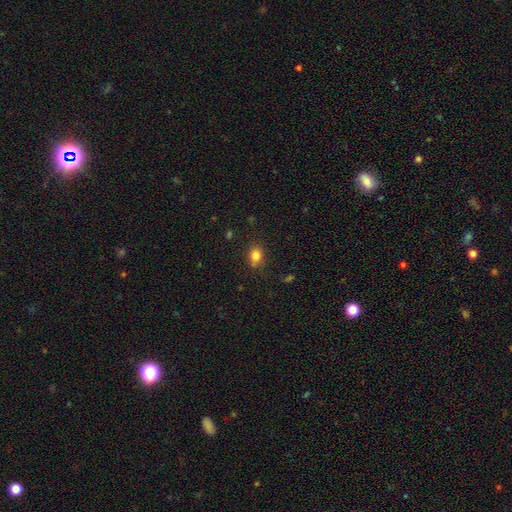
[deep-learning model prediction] A smooth galaxy with no disk features (82%) that is in between round and cigar-shaped (62%). Merging: none (81%).